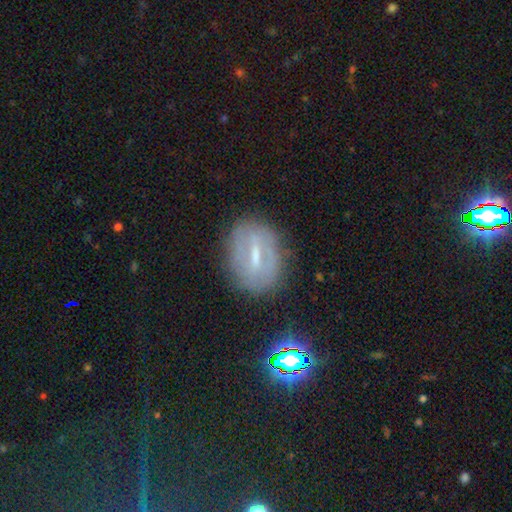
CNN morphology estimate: This appears to be a featured or disk galaxy (63%) with a strong bar (56%), spiral arms (54%) and a small central bulge (47%). Merging: none (77%).